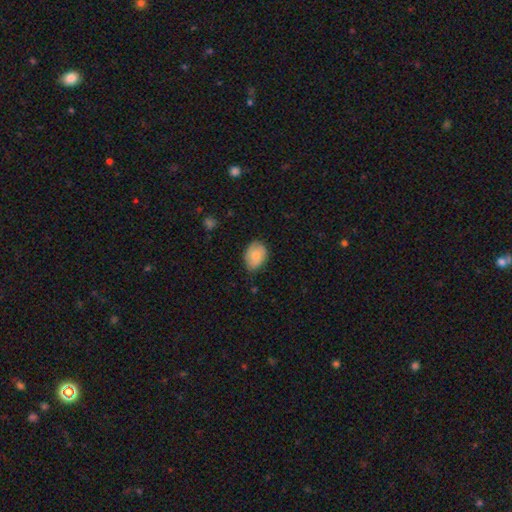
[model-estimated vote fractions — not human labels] smooth_or_featured: smooth (p=0.79) [alt: featured or disk p=0.14]
how_rounded: in between (p=0.67) [alt: round p=0.32]
merging: none (p=0.64) [alt: minor disturbance p=0.30]